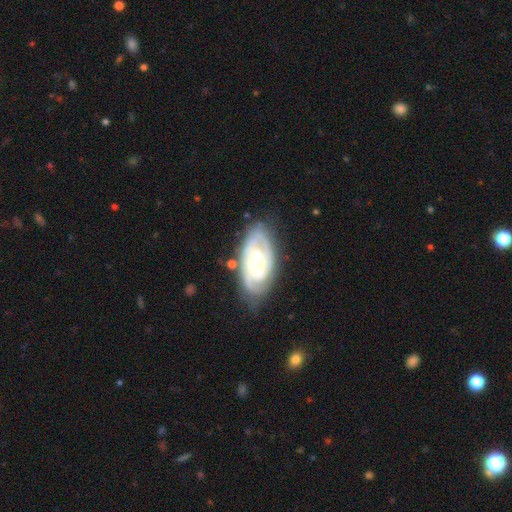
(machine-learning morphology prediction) Q: Smooth or featured?
A: featured or disk (85%); runner-up: smooth (10%)
Q: Edge-on disk?
A: no (95%); runner-up: yes (5%)
Q: Bar?
A: no (43%); runner-up: weak (41%)
Q: Spiral arms?
A: yes (96%); runner-up: no (4%)
Q: Spiral winding?
A: tight (65%); runner-up: medium (29%)
Q: Spiral arm count?
A: 2 (46%); runner-up: 3 (23%)
Q: Bulge size?
A: moderate (57%); runner-up: small (34%)
Q: Merging?
A: none (76%); runner-up: minor disturbance (17%)